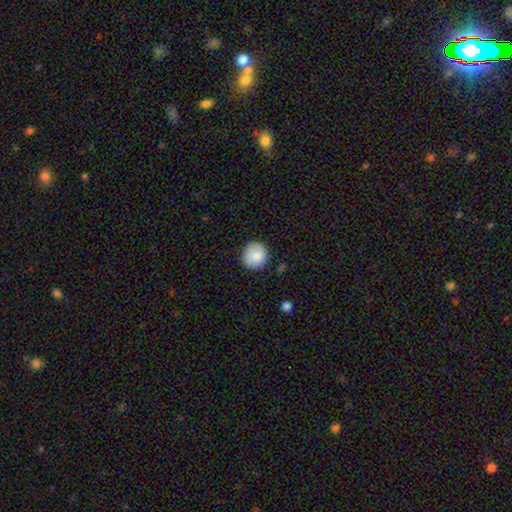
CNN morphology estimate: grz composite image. It shows a smooth galaxy with no disk features (85%) that is round (92%). Merging: none (87%).